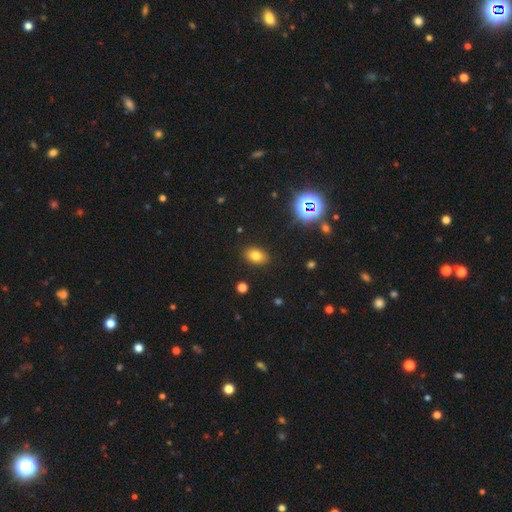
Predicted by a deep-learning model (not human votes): Smooth or featured? smooth (76%)
How rounded? in between (82%)
Merging? none (88%)